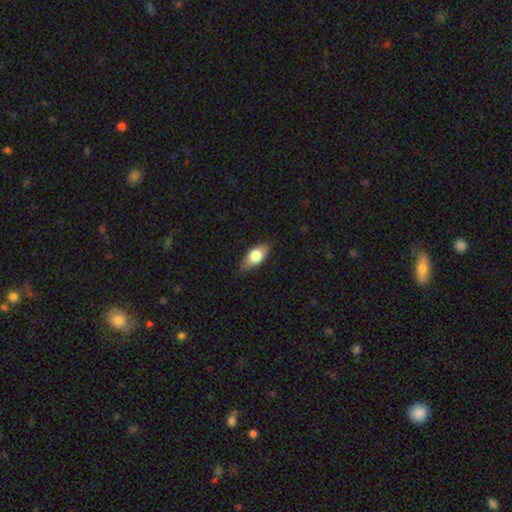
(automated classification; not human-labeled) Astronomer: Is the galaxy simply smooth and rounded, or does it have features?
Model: smooth — 69%.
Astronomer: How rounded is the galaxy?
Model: in between — 85%.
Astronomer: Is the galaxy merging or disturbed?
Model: none — 80%.